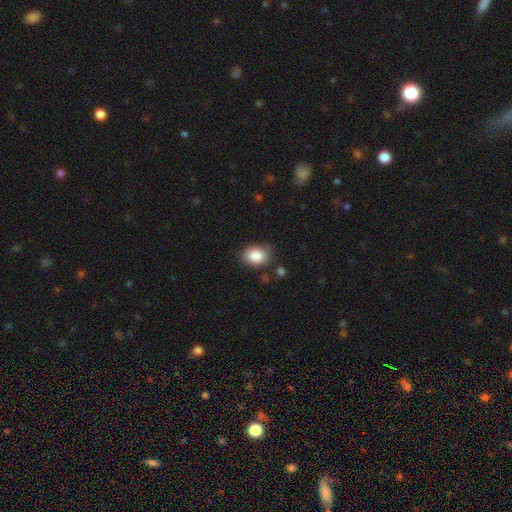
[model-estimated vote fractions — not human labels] Smooth or featured?
  - smooth: 87% *
  - star or artifact: 8%
  - featured or disk: 5%
How rounded?
  - in between: 63% *
  - round: 36%
  - cigar-shaped: 1%
Merging?
  - none: 75% *
  - minor disturbance: 18%
  - major disturbance: 4%
  - merger: 3%